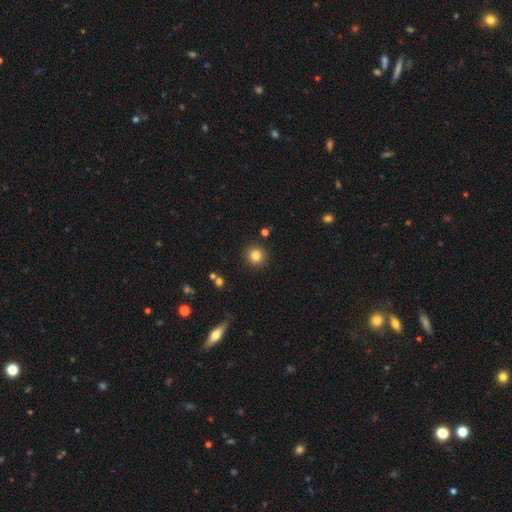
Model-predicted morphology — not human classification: type=smooth (82%); roundness=round (94%); merging=none (90%).